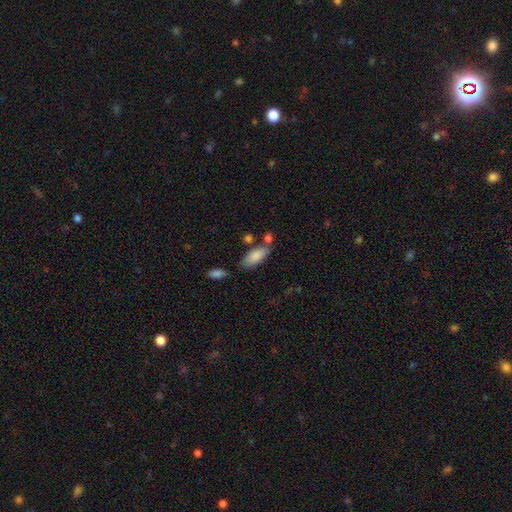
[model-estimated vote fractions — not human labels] smooth 85%, featured or disk 9%, star or artifact 6%. Down the decision tree: how rounded — in between (80%); merging — none (66%).